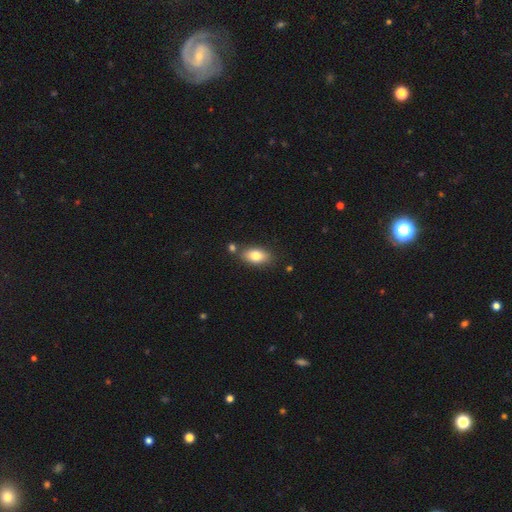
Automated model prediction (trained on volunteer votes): A smooth galaxy with no disk features (80%) that is in between round and cigar-shaped (89%). Merging: none (76%).